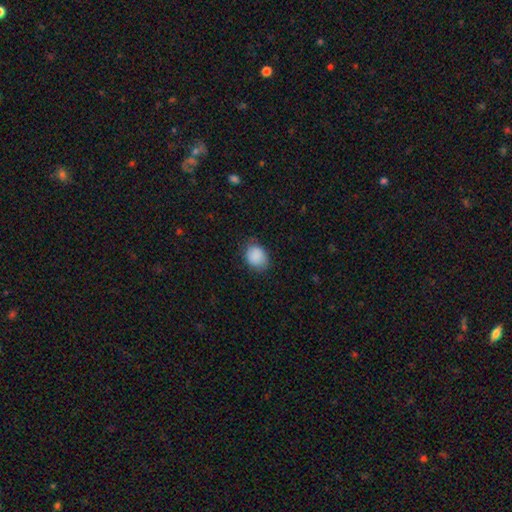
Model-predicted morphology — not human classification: Q: Smooth or featured?
A: smooth (89%); runner-up: star or artifact (7%)
Q: How rounded?
A: round (51%); runner-up: in between (48%)
Q: Merging?
A: none (77%); runner-up: minor disturbance (18%)